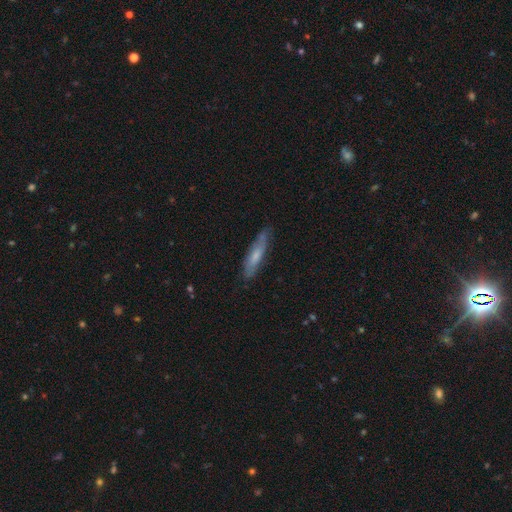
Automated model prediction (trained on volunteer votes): smooth-or-featured: smooth: 55% | featured or disk: 39% | star or artifact: 6%
  how-rounded: cigar-shaped: 78% | in between: 20% | round: 2%
  merging: none: 76% | minor disturbance: 19% | major disturbance: 4% | merger: 1%